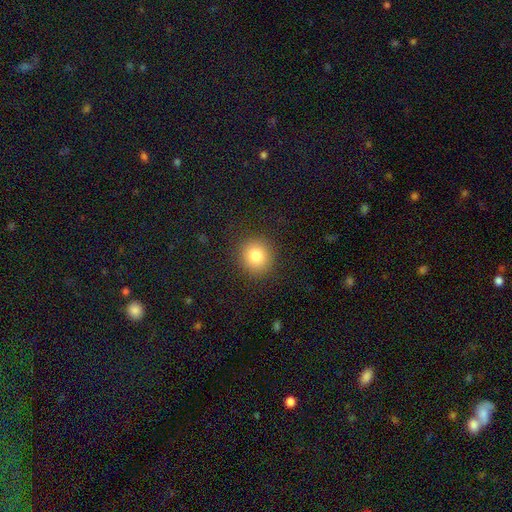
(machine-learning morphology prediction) Smooth or featured? Predicted: smooth (p=0.81). How rounded? Predicted: round (p=0.90). Merging? Predicted: none (p=0.90).